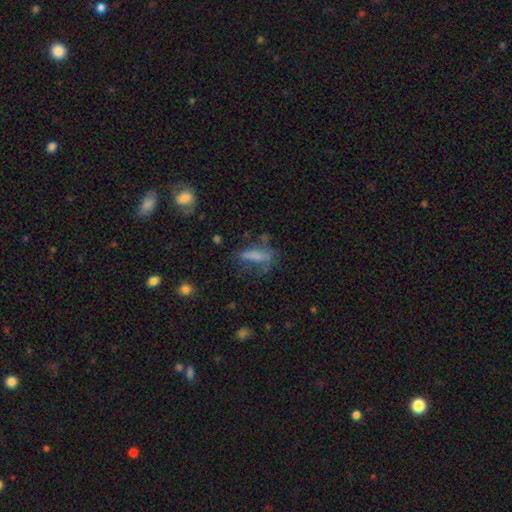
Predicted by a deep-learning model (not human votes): Morphology: type=smooth (64%); roundness=cigar-shaped (53%); merging=none (42%).